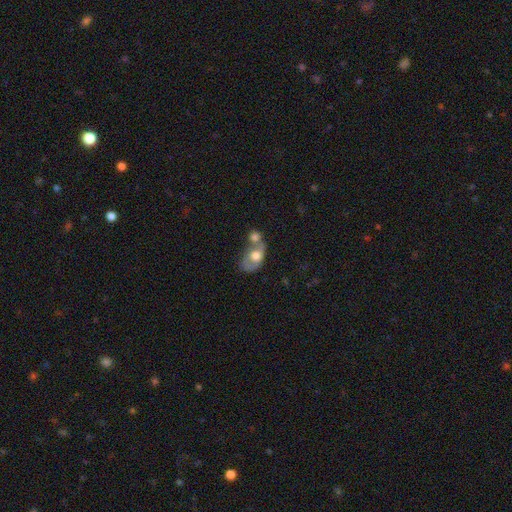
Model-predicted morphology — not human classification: smooth-or-featured: smooth: 63% | featured or disk: 31% | star or artifact: 7%
  how-rounded: in between: 79% | round: 19% | cigar-shaped: 2%
  merging: merger: 69% | none: 13% | major disturbance: 9% | minor disturbance: 9%